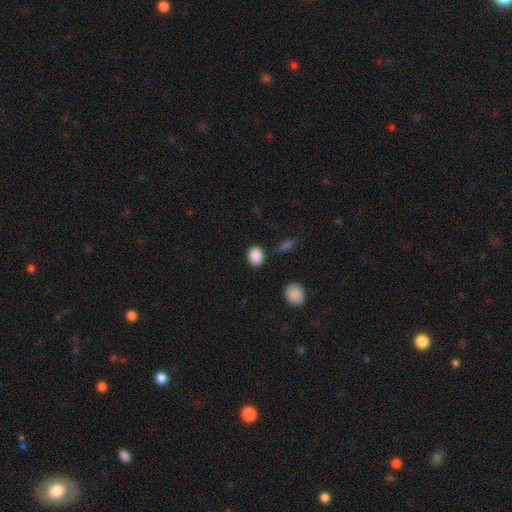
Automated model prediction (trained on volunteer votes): Smooth or featured?
  - smooth: 88% *
  - star or artifact: 8%
  - featured or disk: 4%
How rounded?
  - in between: 51% *
  - round: 47%
  - cigar-shaped: 1%
Merging?
  - none: 81% *
  - minor disturbance: 11%
  - merger: 4%
  - major disturbance: 3%